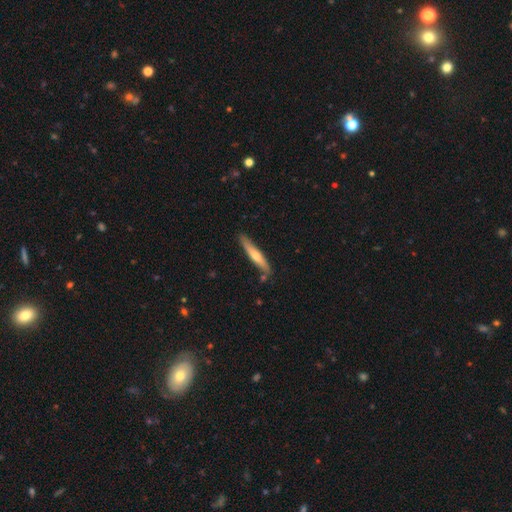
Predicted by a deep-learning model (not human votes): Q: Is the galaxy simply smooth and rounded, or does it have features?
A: smooth — 54%.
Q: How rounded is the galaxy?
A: cigar-shaped — 92%.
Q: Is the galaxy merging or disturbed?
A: none — 81%.